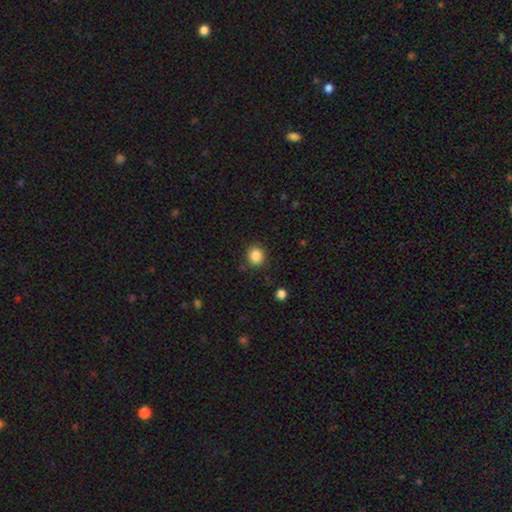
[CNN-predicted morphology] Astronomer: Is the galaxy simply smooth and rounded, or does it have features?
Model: smooth — 86%.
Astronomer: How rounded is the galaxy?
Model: round — 84%.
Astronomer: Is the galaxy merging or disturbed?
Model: none — 87%.